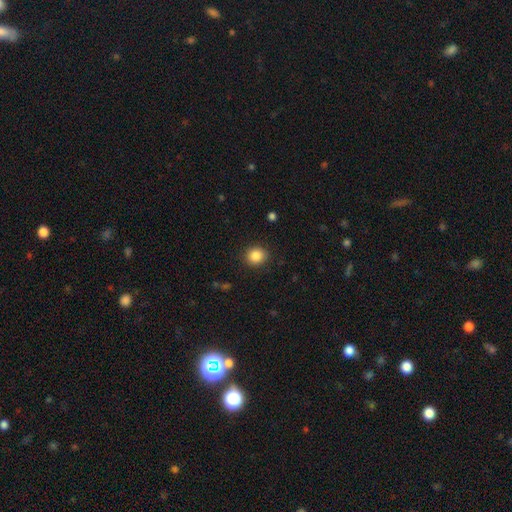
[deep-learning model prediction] smooth-or-featured: smooth: 86% | star or artifact: 10% | featured or disk: 4%
  how-rounded: round: 82% | in between: 17% | cigar-shaped: 1%
  merging: none: 89% | minor disturbance: 7% | major disturbance: 2% | merger: 1%